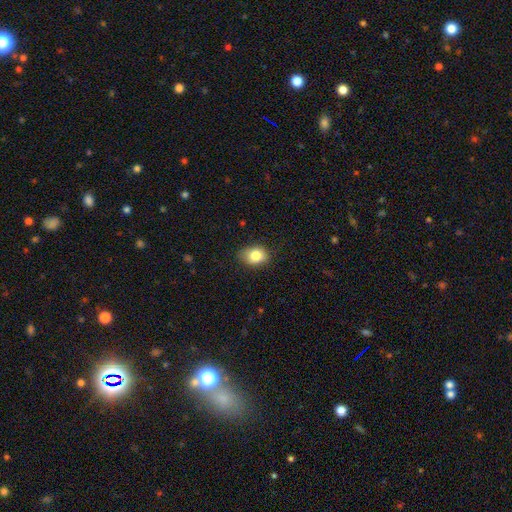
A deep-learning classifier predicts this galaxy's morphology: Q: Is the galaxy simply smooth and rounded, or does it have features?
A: smooth — 83%.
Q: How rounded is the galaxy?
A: in between — 63%.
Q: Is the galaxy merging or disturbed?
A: none — 76%.